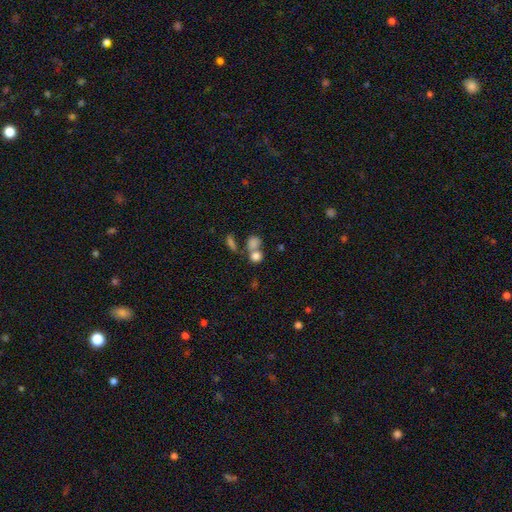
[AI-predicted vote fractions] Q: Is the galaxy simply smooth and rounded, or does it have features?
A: smooth — 79%.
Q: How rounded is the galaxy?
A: round — 69%.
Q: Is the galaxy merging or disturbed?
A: none — 43%, tied with merger.